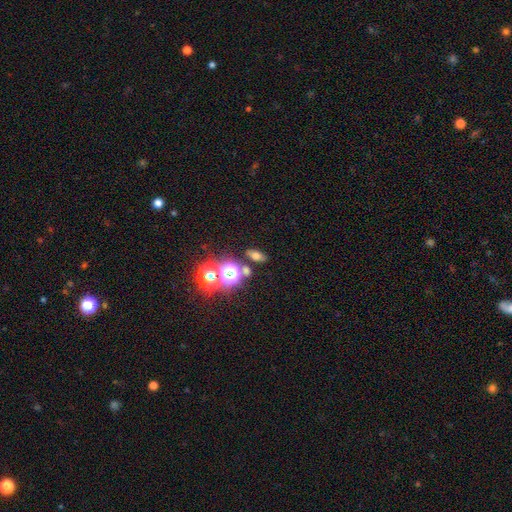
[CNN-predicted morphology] A smooth galaxy with no disk features (58%) that is in between round and cigar-shaped (70%).

Vote fractions:
- Smooth or featured? smooth: 58% / star or artifact: 28% / featured or disk: 14%
- How rounded? in between: 70% / round: 21% / cigar-shaped: 8%
- Merging? none: 80% / minor disturbance: 9% / merger: 8% / major disturbance: 3%